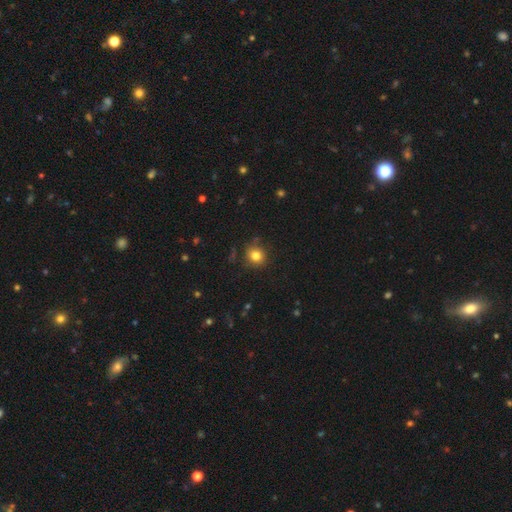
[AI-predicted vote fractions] smooth_or_featured: smooth (p=0.82) [alt: star or artifact p=0.12]
how_rounded: round (p=0.84) [alt: in between p=0.15]
merging: none (p=0.81) [alt: minor disturbance p=0.13]